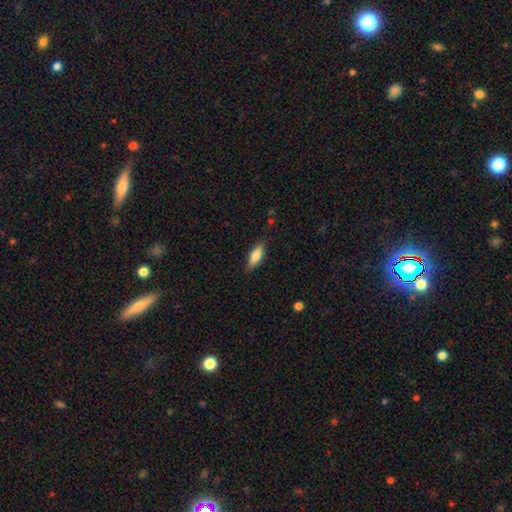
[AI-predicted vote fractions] Overall: smooth (76%). How rounded: in between (71%). Merging: none (81%).